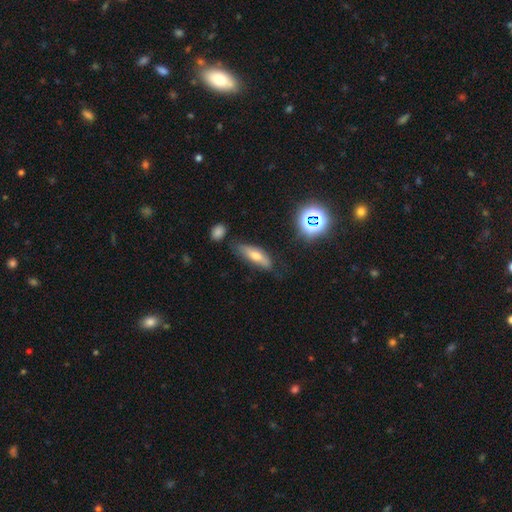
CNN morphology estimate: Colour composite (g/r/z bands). It shows a smooth galaxy with no disk features (58%) that is in between round and cigar-shaped (53%). Merging: none (62%).